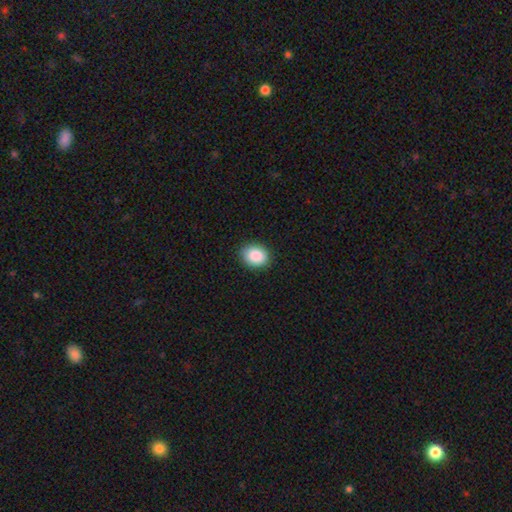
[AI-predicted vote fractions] Q: Smooth or featured?
A: smooth (89%); runner-up: star or artifact (8%)
Q: How rounded?
A: in between (59%); runner-up: round (40%)
Q: Merging?
A: none (89%); runner-up: minor disturbance (8%)